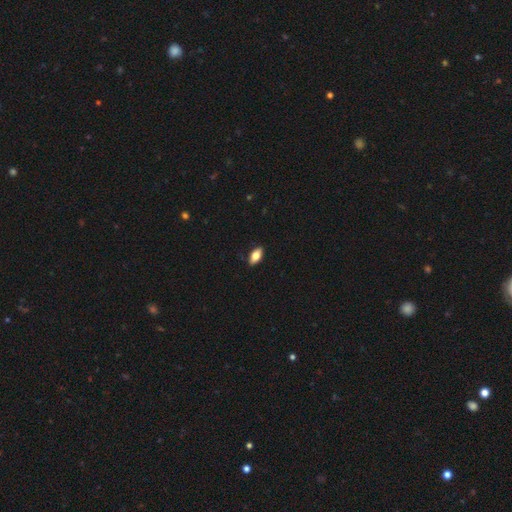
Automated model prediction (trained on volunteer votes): Overall: smooth (74%). How rounded: in between (88%). Merging: none (88%).